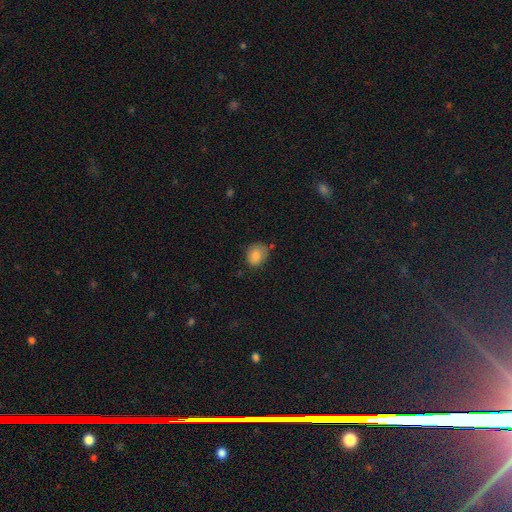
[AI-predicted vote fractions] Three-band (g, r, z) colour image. It shows a smooth galaxy with no disk features (83%) that is round (55%). Merging: none (68%).